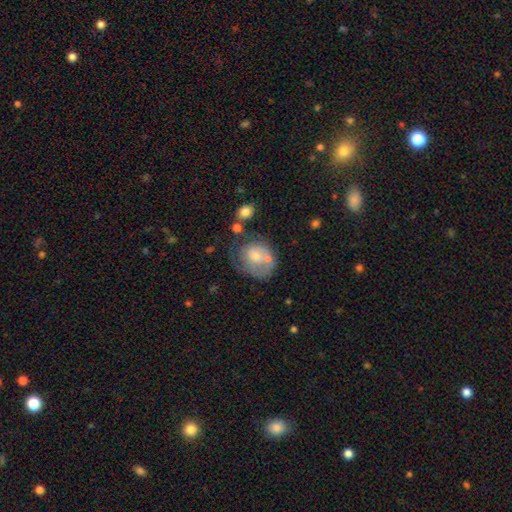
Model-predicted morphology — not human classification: The model was most divided on "smooth or featured": smooth: 49%, featured or disk: 42%, star or artifact: 9%. Remaining: merging — none (41%).